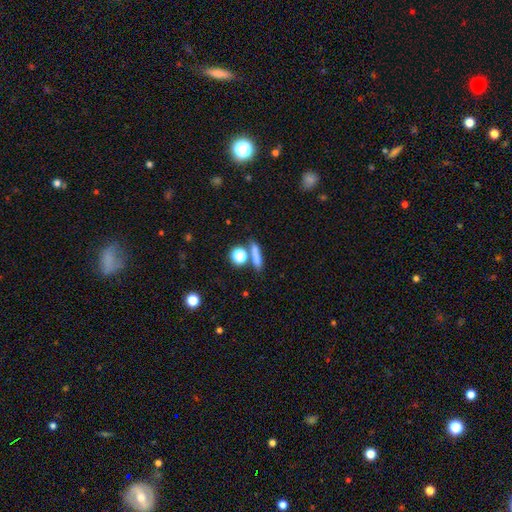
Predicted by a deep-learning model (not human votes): Overall: smooth (73%). How rounded: cigar-shaped (51%; round 25%). Merging: none (66%).